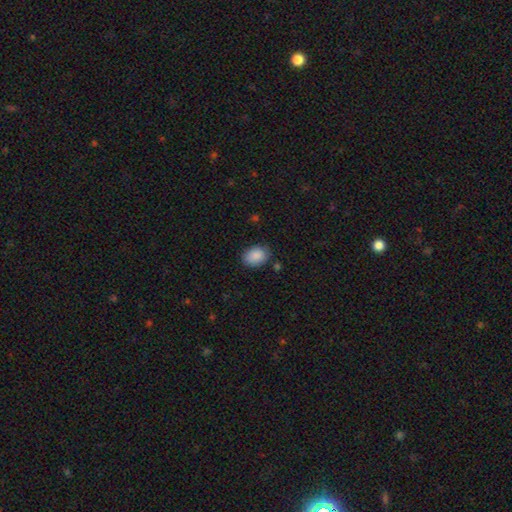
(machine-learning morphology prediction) Overall: smooth (89%). How rounded: in between (76%). Merging: none (81%).